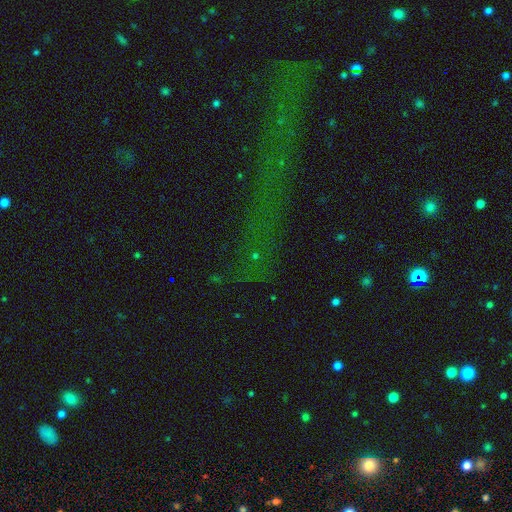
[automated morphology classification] smooth-or-featured: star or artifact: 72% | smooth: 16% | featured or disk: 12%